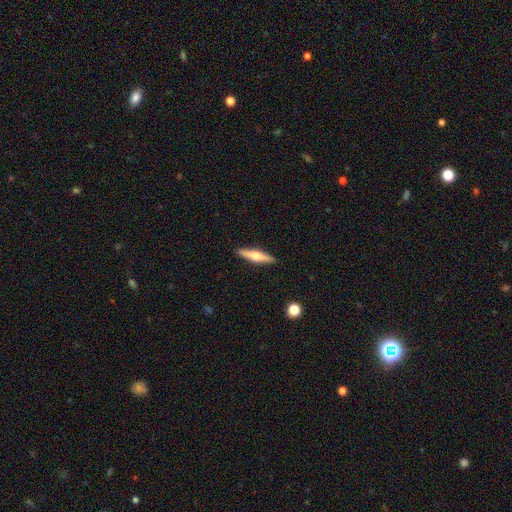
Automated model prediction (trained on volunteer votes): smooth_or_featured: featured or disk (p=0.56) [alt: smooth p=0.38]
disk_edge_on: yes (p=0.96) [alt: no p=0.04]
edge_on_bulge: rounded (p=0.91) [alt: boxy p=0.05]
merging: none (p=0.91) [alt: minor disturbance p=0.06]